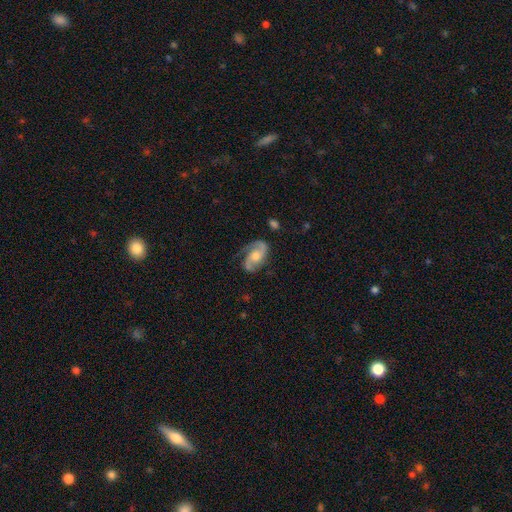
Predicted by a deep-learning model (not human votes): Smooth or featured: featured or disk — 81% (smooth — 13%)
Edge-on disk: no — 97% (yes — 3%)
Bar: no — 61% (weak — 32%)
Spiral arms: yes — 95% (no — 5%)
Spiral winding: medium — 48% (loose — 32%)
Spiral arm count: 2 — 86% (1 — 6%)
Bulge size: moderate — 61% (small — 21%)
Merging: none — 69% (minor disturbance — 20%)